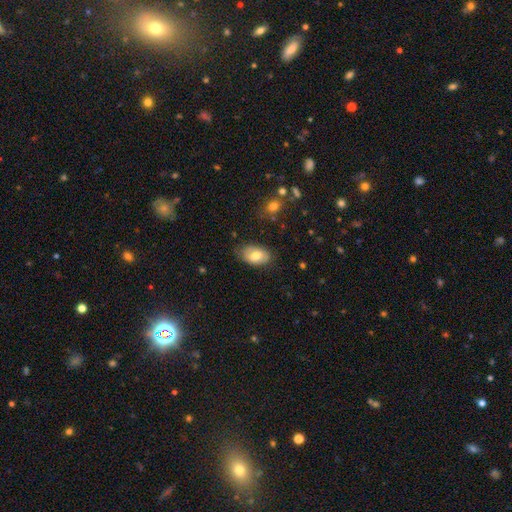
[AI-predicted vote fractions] Q: Smooth or featured?
A: smooth (72%); runner-up: featured or disk (22%)
Q: How rounded?
A: in between (92%); runner-up: round (7%)
Q: Merging?
A: none (76%); runner-up: minor disturbance (19%)